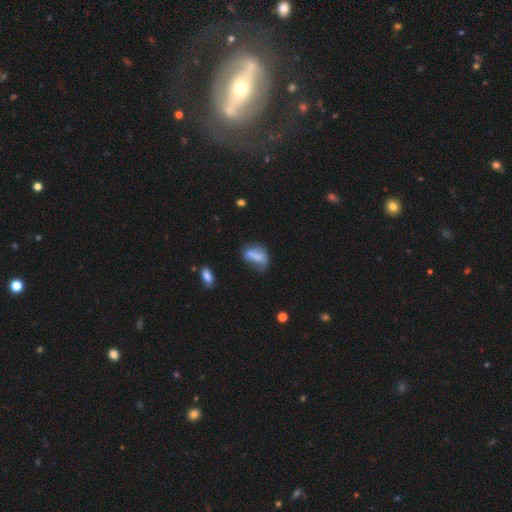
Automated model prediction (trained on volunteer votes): Overall: smooth (57%; featured or disk 32%). How rounded: in between (81%). Merging: none (28%; merger 26%).